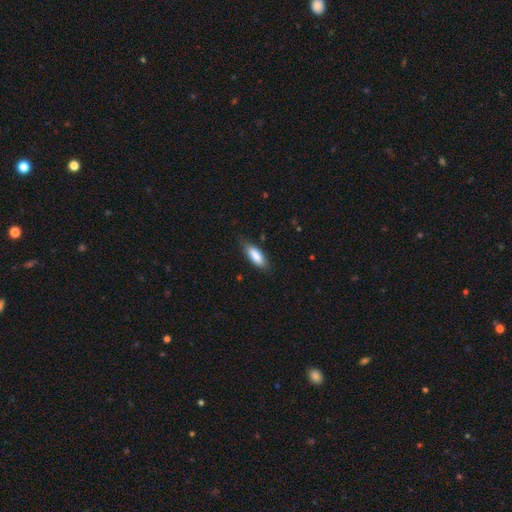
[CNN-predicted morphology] A smooth galaxy with no disk features (84%) that is in between round and cigar-shaped (70%). Merging: none (75%).